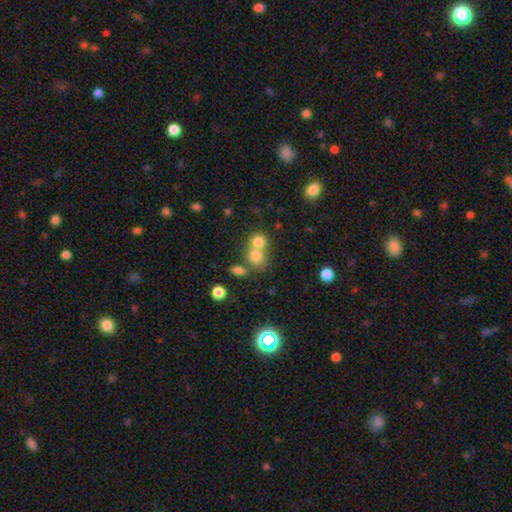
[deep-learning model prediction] Q: Smooth or featured?
A: smooth (74%); runner-up: star or artifact (14%)
Q: How rounded?
A: round (71%); runner-up: in between (28%)
Q: Merging?
A: merger (56%); runner-up: none (35%)